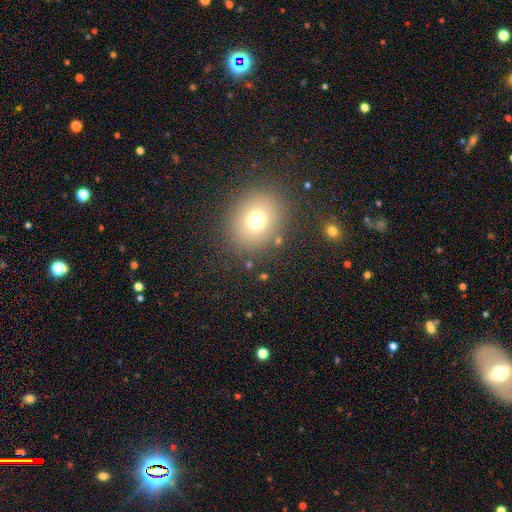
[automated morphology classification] This is likely a smooth galaxy (61%). How rounded: likely round (68%). Merging: clearly none (89%).